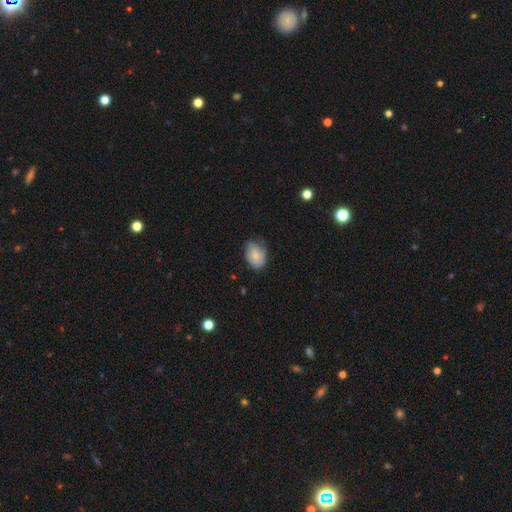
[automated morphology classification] This appears to be a smooth galaxy with no disk features (70%) that is in between round and cigar-shaped (76%). Merging: none (56%).